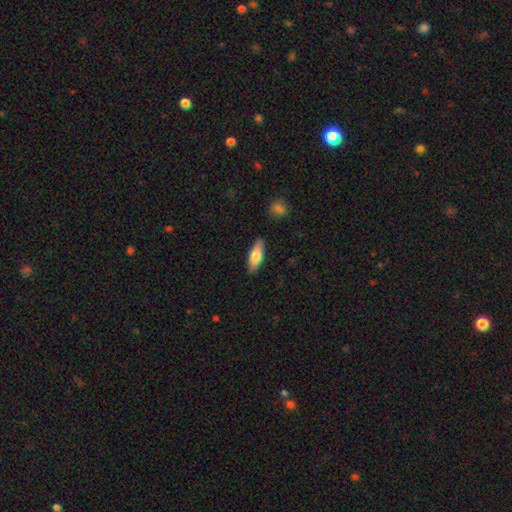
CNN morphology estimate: Smooth or featured? smooth (74%)
How rounded? in between (67%)
Merging? none (86%)